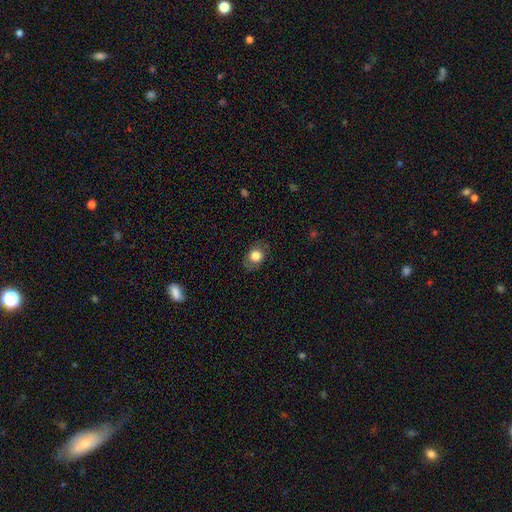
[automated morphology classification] smooth-or-featured: smooth: 78% | featured or disk: 13% | star or artifact: 9%
  how-rounded: in between: 51% | round: 48% | cigar-shaped: 1%
  merging: none: 79% | minor disturbance: 15% | major disturbance: 5% | merger: 1%